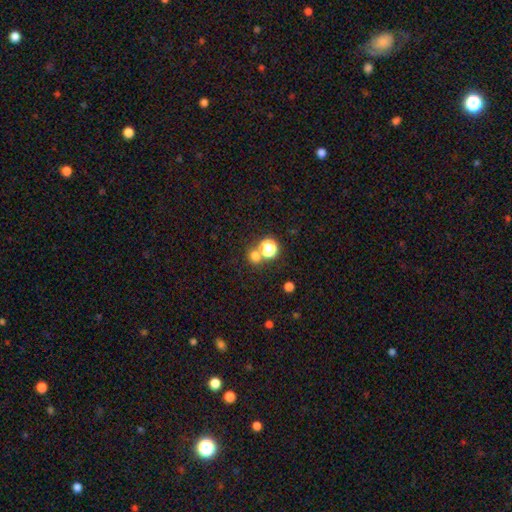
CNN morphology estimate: This appears to be a smooth galaxy with no disk features (69%) that is round (83%). Merging: none (62%).